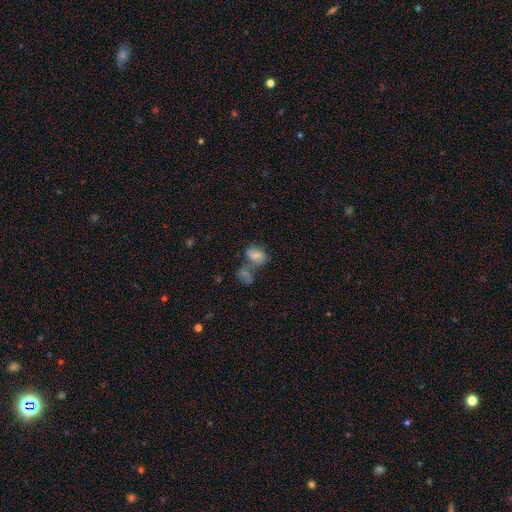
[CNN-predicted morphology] smooth-or-featured: smooth: 61% | featured or disk: 28% | star or artifact: 11%
  how-rounded: in between: 71% | round: 27% | cigar-shaped: 2%
  merging: merger: 41% | none: 35% | minor disturbance: 15% | major disturbance: 9%